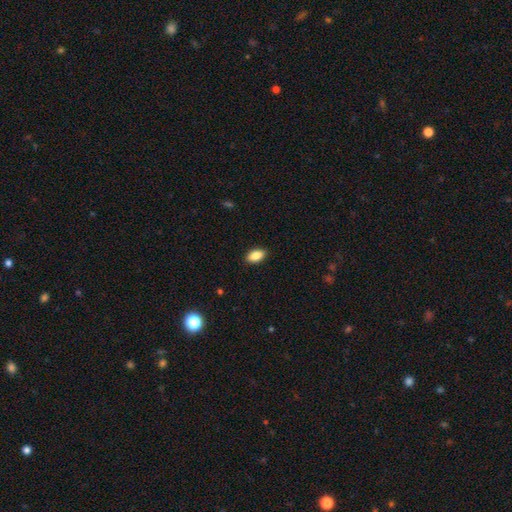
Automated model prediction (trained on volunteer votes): Morphology: type=smooth (88%); roundness=in between (92%); merging=none (90%).